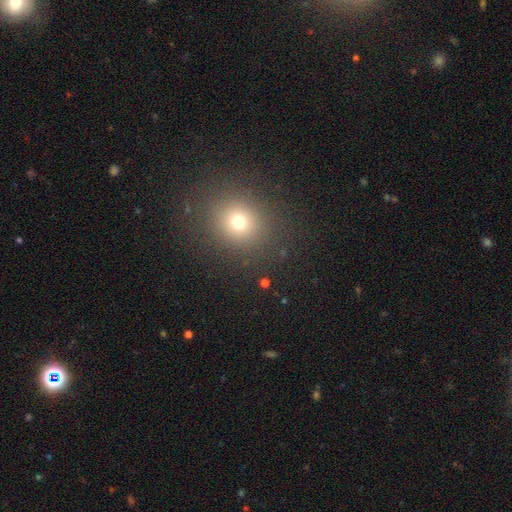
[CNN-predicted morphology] smooth-or-featured: smooth: 64% | star or artifact: 28% | featured or disk: 8%
  how-rounded: round: 80% | in between: 19% | cigar-shaped: 1%
  merging: none: 91% | minor disturbance: 6% | major disturbance: 2% | merger: 1%